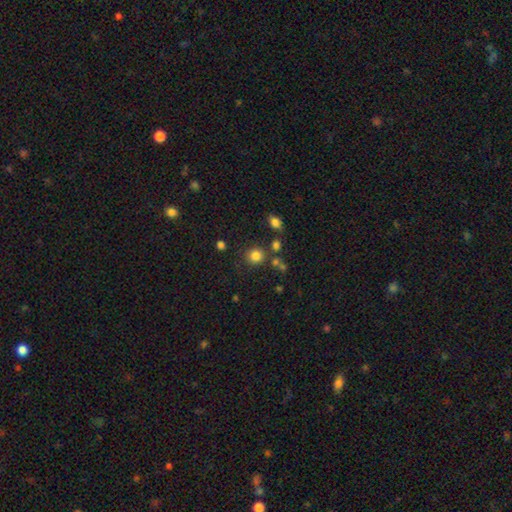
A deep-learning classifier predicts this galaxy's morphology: This appears to be a smooth galaxy with no disk features (81%) that is round (86%). Merging: none (76%).